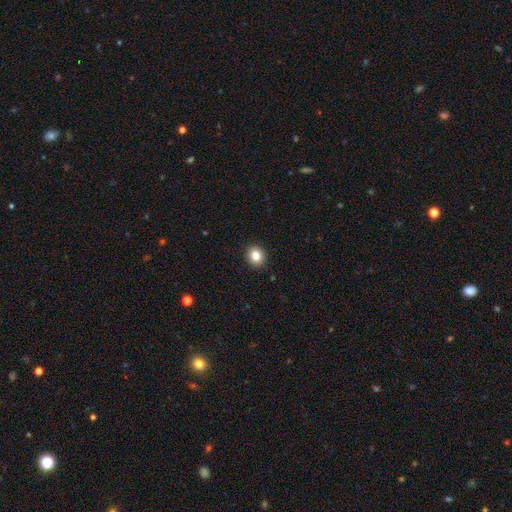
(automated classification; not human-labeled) Smooth or featured? smooth (83%)
How rounded? round (77%)
Merging? none (92%)